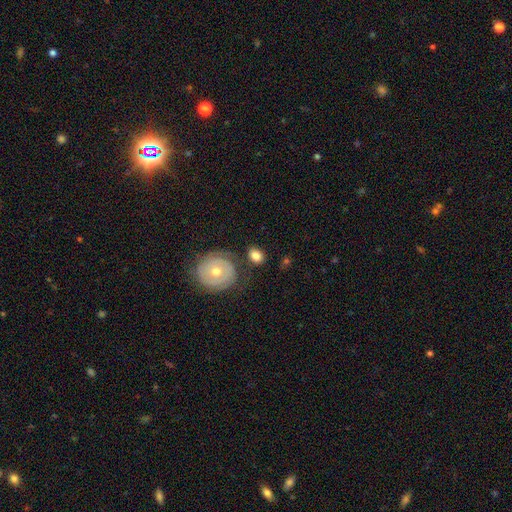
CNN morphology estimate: smooth-or-featured: smooth: 75% | featured or disk: 18% | star or artifact: 7%
  how-rounded: in between: 57% | round: 42% | cigar-shaped: 2%
  merging: none: 70% | minor disturbance: 16% | merger: 8% | major disturbance: 6%